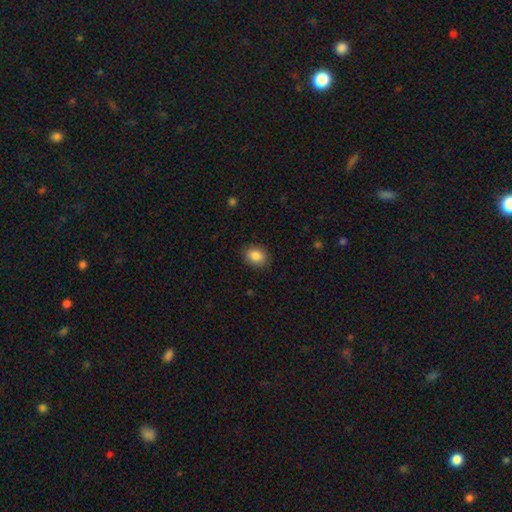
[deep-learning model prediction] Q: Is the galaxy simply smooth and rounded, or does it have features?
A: smooth — 87%.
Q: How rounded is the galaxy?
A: in between — 58%.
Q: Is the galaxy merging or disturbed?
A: none — 88%.